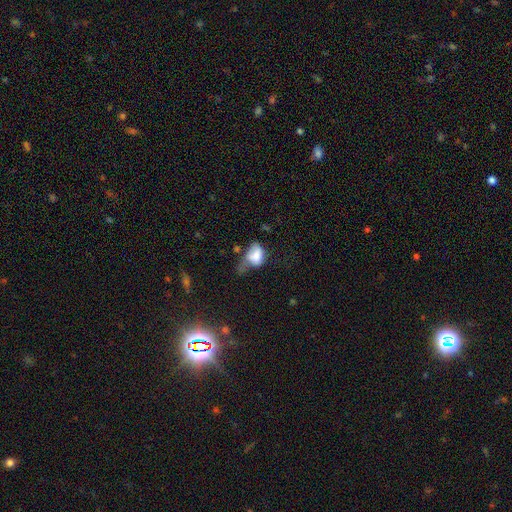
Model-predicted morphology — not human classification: Smooth or featured?
  - smooth: 69% *
  - featured or disk: 21%
  - star or artifact: 9%
How rounded?
  - in between: 81% *
  - round: 17%
  - cigar-shaped: 2%
Merging?
  - major disturbance: 40% *
  - minor disturbance: 30%
  - none: 16%
  - merger: 14%